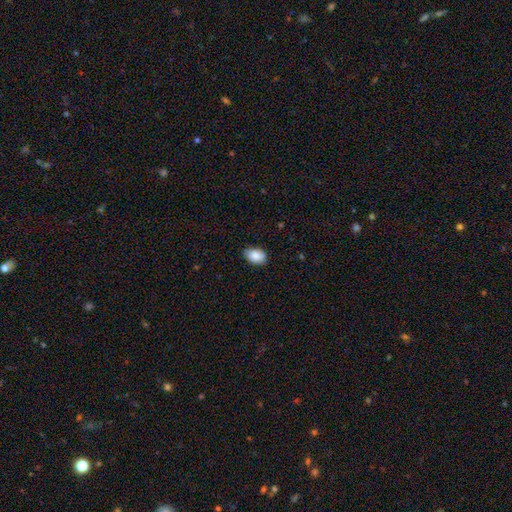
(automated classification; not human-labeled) This appears to be a smooth galaxy with no disk features (88%) that is in between round and cigar-shaped (88%). Merging: none (82%).